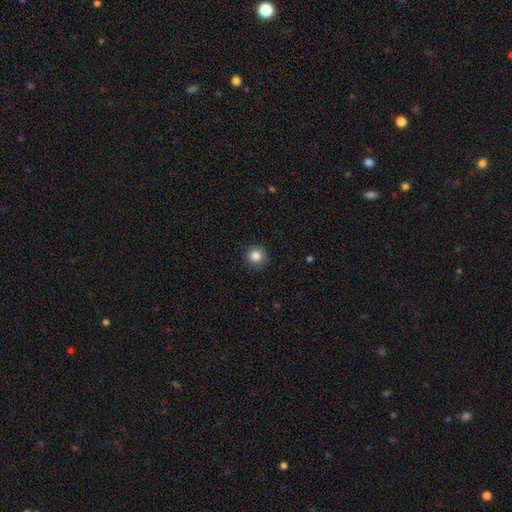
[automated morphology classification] Smooth or featured?
  - smooth: 86% *
  - star or artifact: 10%
  - featured or disk: 4%
How rounded?
  - round: 93% *
  - in between: 6%
  - cigar-shaped: 1%
Merging?
  - none: 89% *
  - minor disturbance: 7%
  - major disturbance: 2%
  - merger: 1%